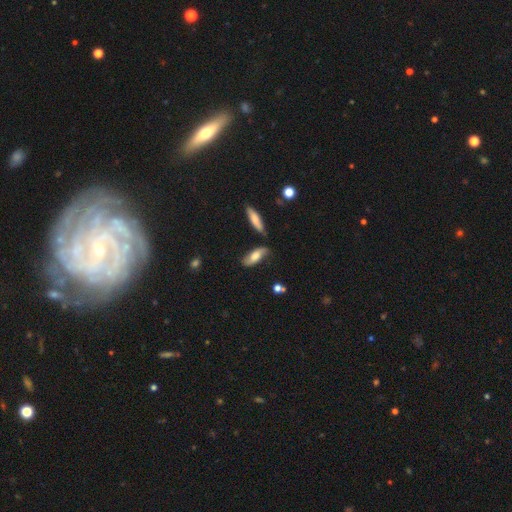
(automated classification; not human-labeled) This appears to be a smooth galaxy with no disk features (49%). Merging: none (68%).